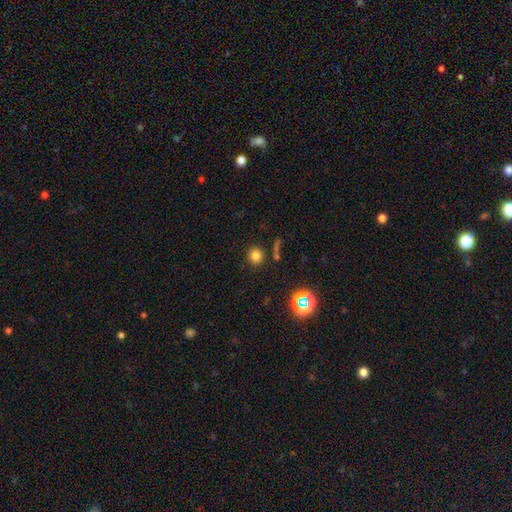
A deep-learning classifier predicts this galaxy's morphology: Overall: smooth (76%). How rounded: round (89%). Merging: none (83%).